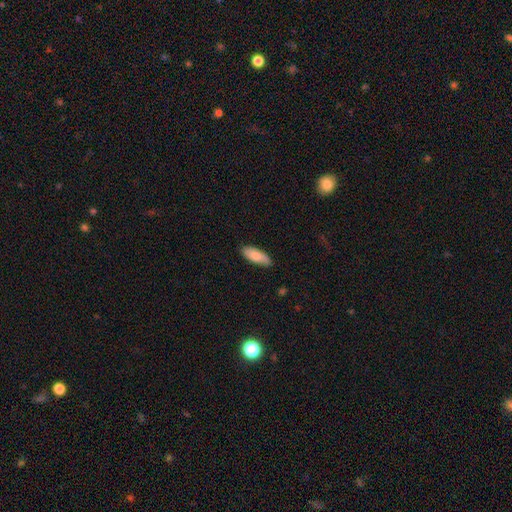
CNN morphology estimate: A smooth galaxy with no disk features (83%) that is in between round and cigar-shaped (71%).

Vote fractions:
- Smooth or featured? smooth: 83% / featured or disk: 11% / star or artifact: 6%
- How rounded? in between: 71% / cigar-shaped: 27% / round: 2%
- Merging? none: 84% / minor disturbance: 13% / major disturbance: 2% / merger: 1%